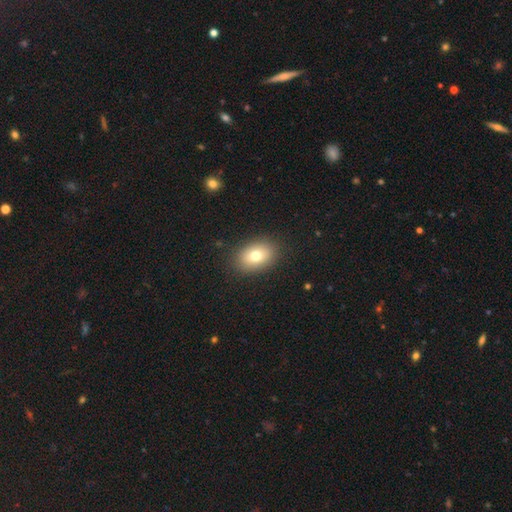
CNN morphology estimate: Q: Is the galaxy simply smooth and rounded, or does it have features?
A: smooth — 74%.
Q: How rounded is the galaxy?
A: in between — 79%.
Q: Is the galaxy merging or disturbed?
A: none — 88%.